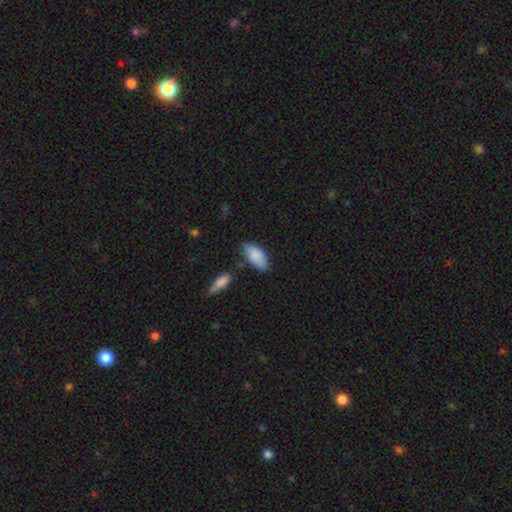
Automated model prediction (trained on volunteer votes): This is clearly a smooth galaxy (85%). How rounded: clearly in between (89%). Merging: likely none (66%).